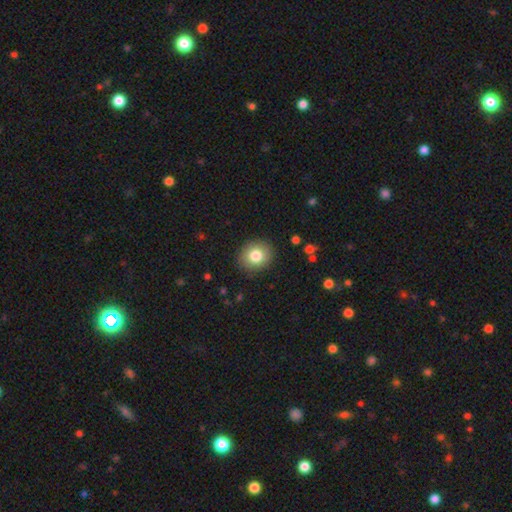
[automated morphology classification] A smooth galaxy with no disk features (81%) that is round (71%). Merging: none (89%).